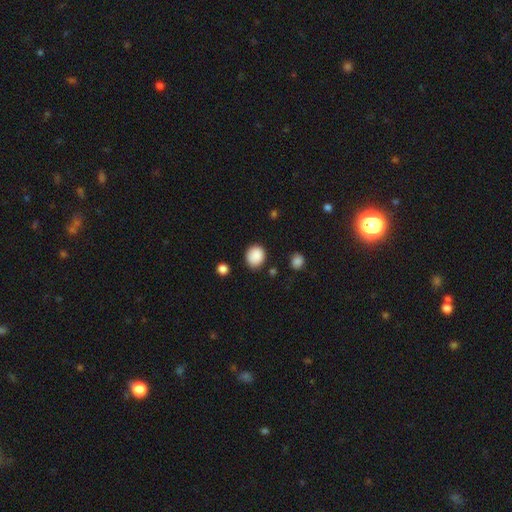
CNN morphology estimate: smooth-or-featured: smooth: 88% | star or artifact: 9% | featured or disk: 3%
  how-rounded: round: 76% | in between: 23% | cigar-shaped: 1%
  merging: none: 82% | minor disturbance: 12% | major disturbance: 3% | merger: 2%